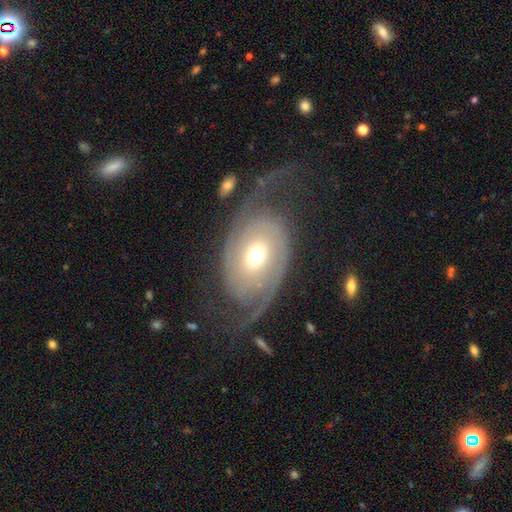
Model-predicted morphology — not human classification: This appears to be a featured or disk galaxy (82%) with no bar (67%), 2 (82%) medium (36%) spiral arms (92%) and a moderate central bulge (70%). Merging: none (58%).